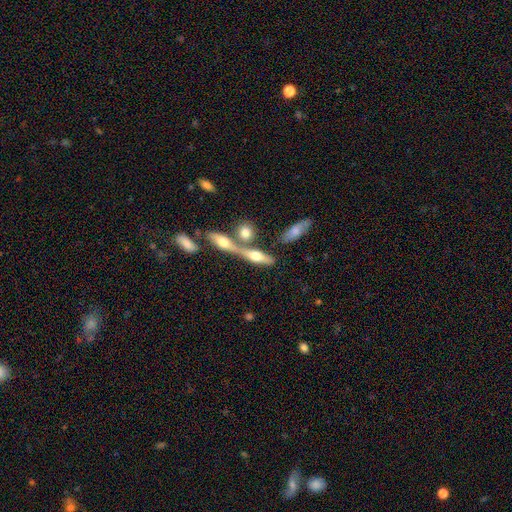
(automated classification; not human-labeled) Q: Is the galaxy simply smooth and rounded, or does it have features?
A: featured or disk — 46%, tied with smooth.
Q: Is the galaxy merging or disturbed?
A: none — 43%.